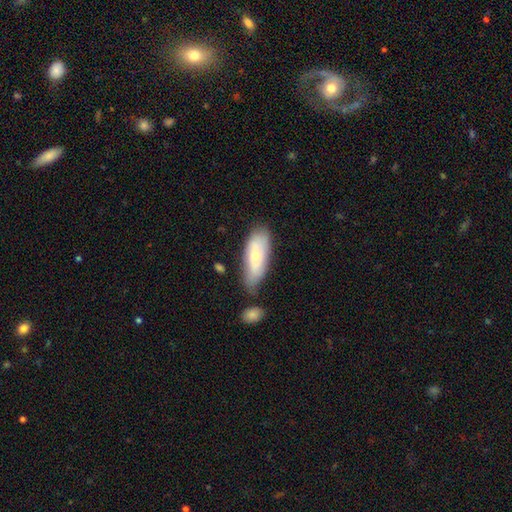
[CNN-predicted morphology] This is likely a smooth galaxy (62%). How rounded: likely in between (70%). Merging: likely none (65%).